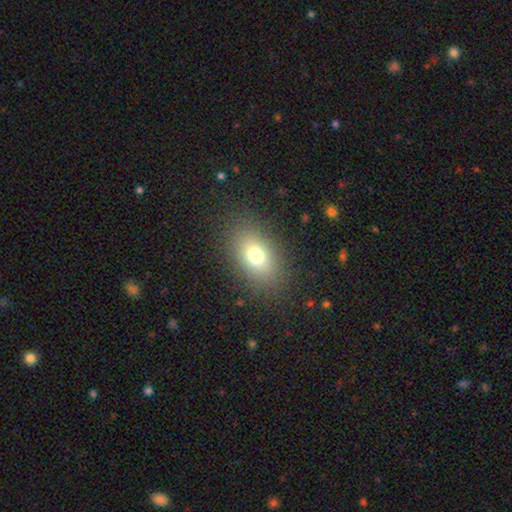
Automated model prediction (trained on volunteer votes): A smooth galaxy with no disk features (73%) that is in between round and cigar-shaped (80%).

Vote fractions:
- Smooth or featured? smooth: 73% / star or artifact: 14% / featured or disk: 13%
- How rounded? in between: 80% / round: 18% / cigar-shaped: 2%
- Merging? none: 85% / minor disturbance: 9% / major disturbance: 5% / merger: 1%